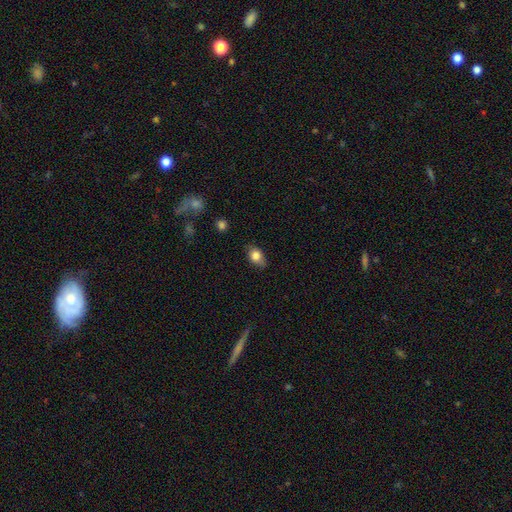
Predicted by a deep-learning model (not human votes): Smooth or featured? Predicted: smooth (p=0.79). How rounded? Predicted: in between (p=0.77). Merging? Predicted: none (p=0.76).